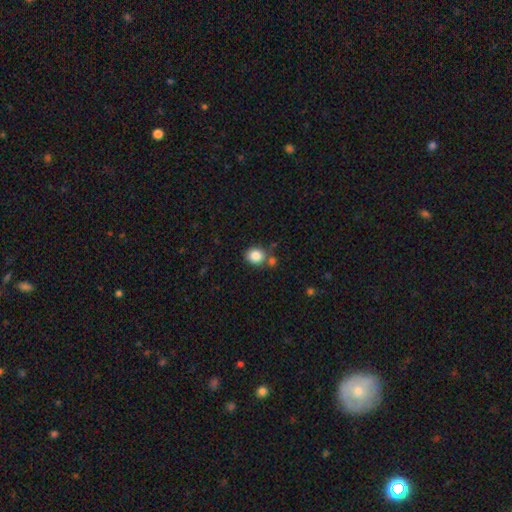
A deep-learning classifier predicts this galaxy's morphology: Smooth or featured? Predicted: smooth (p=0.85). How rounded? Predicted: round (p=0.65). Merging? Predicted: none (p=0.68).